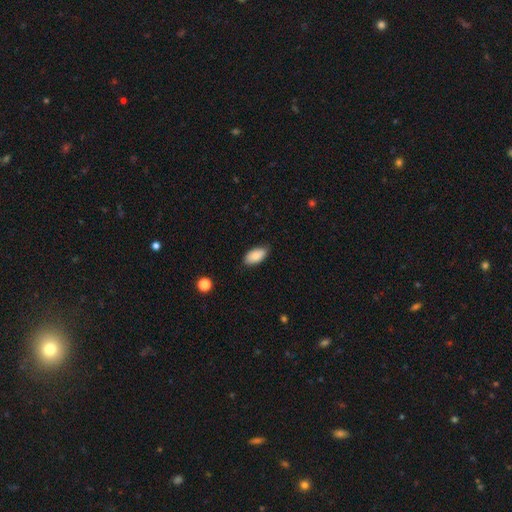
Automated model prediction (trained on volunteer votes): Smooth or featured? smooth (86%)
How rounded? in between (94%)
Merging? none (83%)